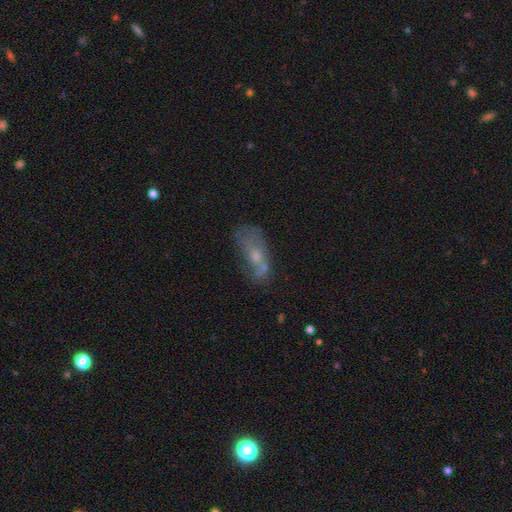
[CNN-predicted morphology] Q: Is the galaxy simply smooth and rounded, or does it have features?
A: featured or disk — 46%.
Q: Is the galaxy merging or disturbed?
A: none — 37%.